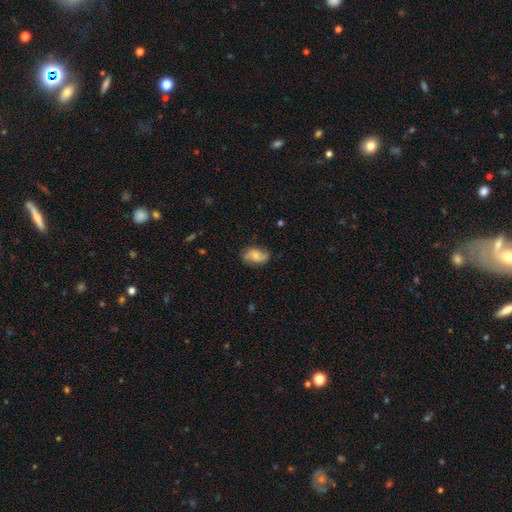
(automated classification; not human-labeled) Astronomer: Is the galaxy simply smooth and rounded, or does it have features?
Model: featured or disk — 55% (runner-up: smooth, 36%).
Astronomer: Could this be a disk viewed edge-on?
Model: no — 96%.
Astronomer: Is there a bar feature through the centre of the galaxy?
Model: no — 59%.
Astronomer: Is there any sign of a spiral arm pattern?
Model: yes — 92%.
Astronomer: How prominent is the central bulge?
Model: small — 32% (runner-up: none, 30%).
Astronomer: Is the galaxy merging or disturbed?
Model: none — 74%.